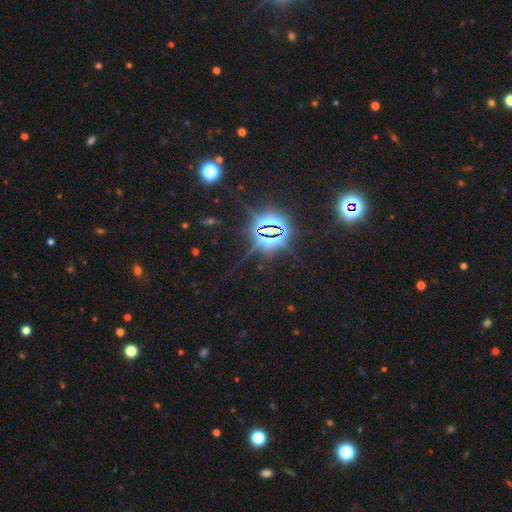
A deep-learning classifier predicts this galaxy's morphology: This is clearly a star or artifact rather than a galaxy (83%).